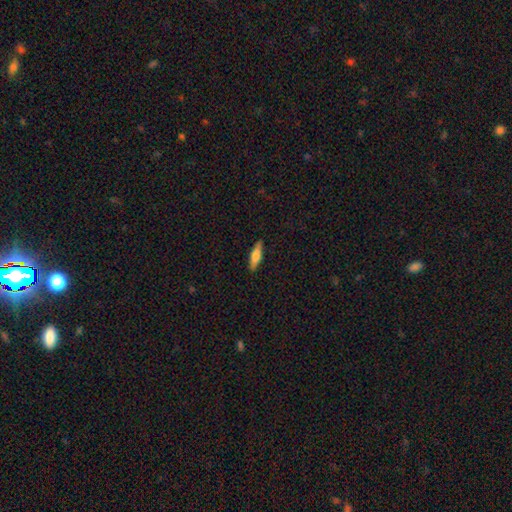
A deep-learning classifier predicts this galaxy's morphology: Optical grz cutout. It shows a smooth galaxy with no disk features (59%) that is cigar-shaped (63%). Merging: none (89%).